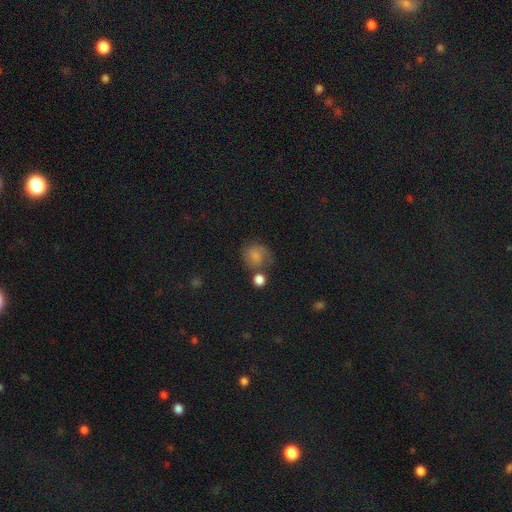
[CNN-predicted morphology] Smooth or featured? smooth (64%)
How rounded? round (74%)
Merging? none (48%)